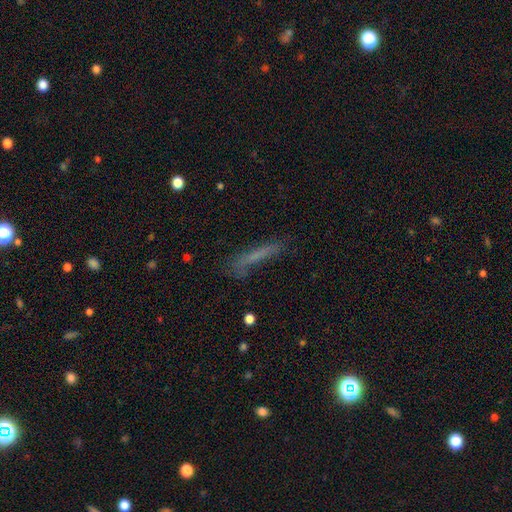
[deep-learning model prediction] A smooth galaxy with no disk features (60%) that is cigar-shaped (90%). Merging: none (58%).